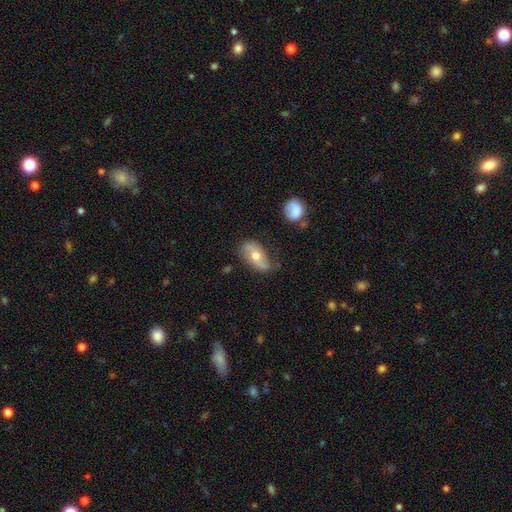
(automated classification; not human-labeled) This is possibly a smooth galaxy (48%). Merging: likely none (60%).